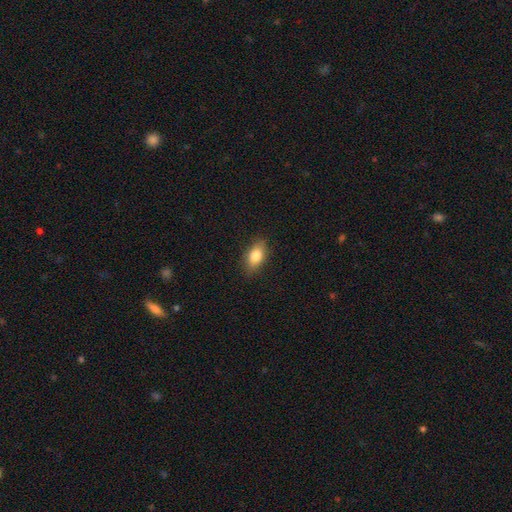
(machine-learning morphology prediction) type=smooth (81%); roundness=in between (86%); merging=none (85%).